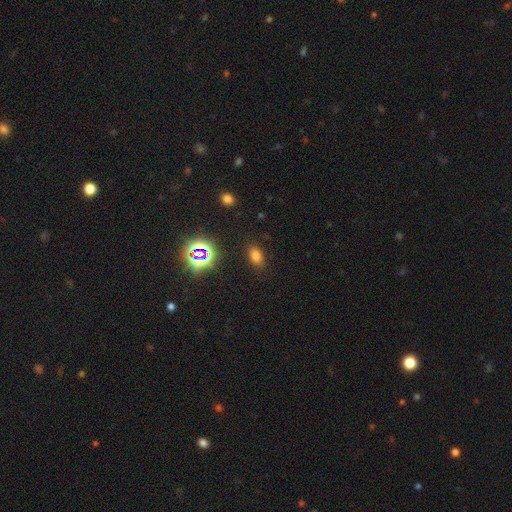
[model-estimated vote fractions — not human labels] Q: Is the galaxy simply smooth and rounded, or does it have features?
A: smooth — 69%.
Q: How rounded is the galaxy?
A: in between — 84%.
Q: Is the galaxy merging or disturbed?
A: none — 86%.